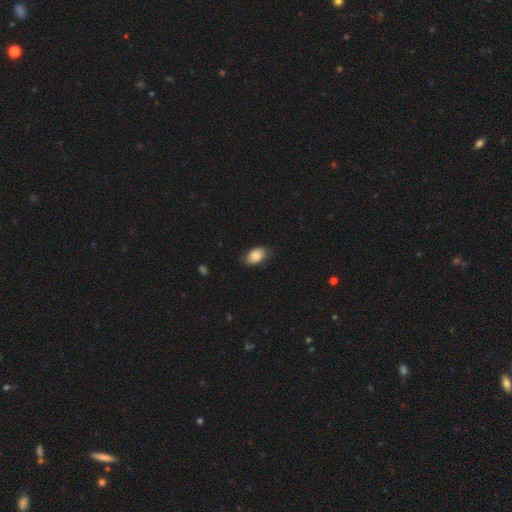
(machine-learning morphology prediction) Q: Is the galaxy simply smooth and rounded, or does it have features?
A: smooth — 84%.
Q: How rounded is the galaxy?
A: in between — 88%.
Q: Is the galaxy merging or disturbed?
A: none — 78%.